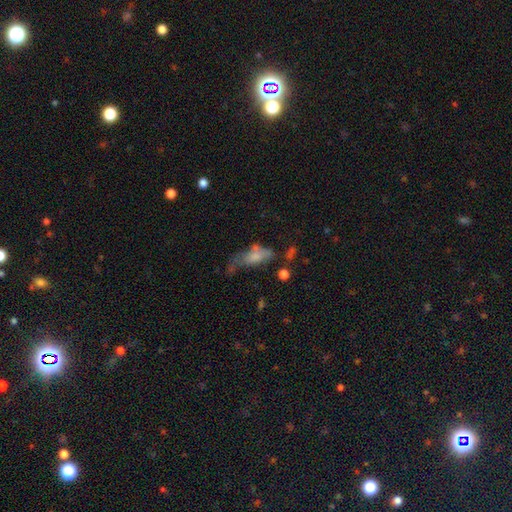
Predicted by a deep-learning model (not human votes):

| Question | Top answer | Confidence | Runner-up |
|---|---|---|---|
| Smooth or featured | smooth | 63% | featured or disk (26%) |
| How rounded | in between | 75% | cigar-shaped (20%) |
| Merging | major disturbance | 38% | minor disturbance (24%) |